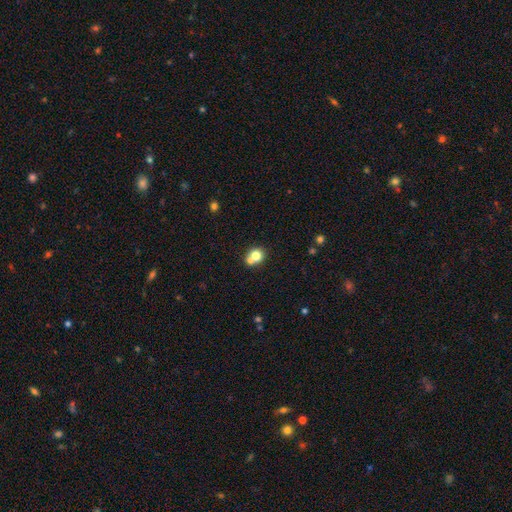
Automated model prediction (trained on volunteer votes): smooth 76%, featured or disk 13%, star or artifact 11%. Down the decision tree: how rounded — round (80%); merging — none (47%).